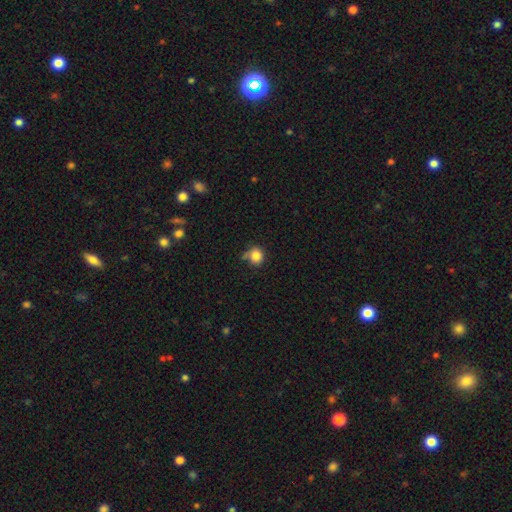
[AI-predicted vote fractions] Smooth or featured: smooth — 84% (star or artifact — 10%)
How rounded: round — 84% (in between — 15%)
Merging: none — 62% (minor disturbance — 23%)